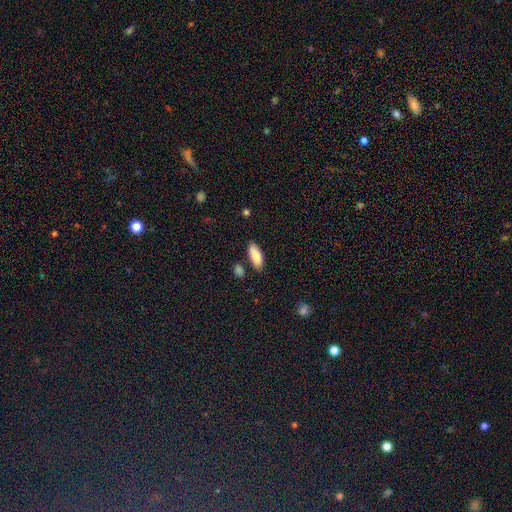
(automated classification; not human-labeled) smooth_or_featured: smooth (p=0.85) [alt: featured or disk p=0.08]
how_rounded: in between (p=0.82) [alt: cigar-shaped p=0.16]
merging: none (p=0.82) [alt: minor disturbance p=0.12]